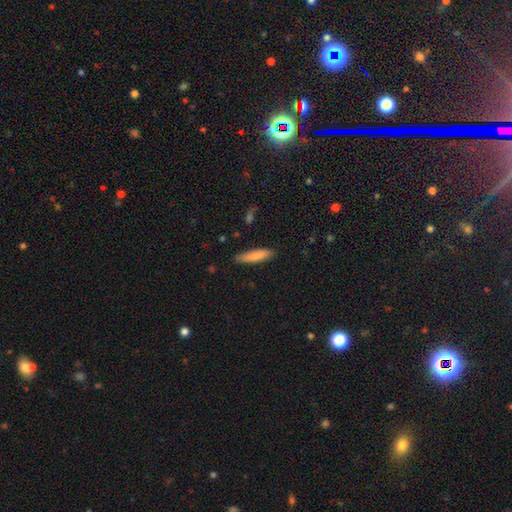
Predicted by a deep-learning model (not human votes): This appears to be a smooth galaxy with no disk features (79%) that is cigar-shaped (78%). Merging: none (86%).